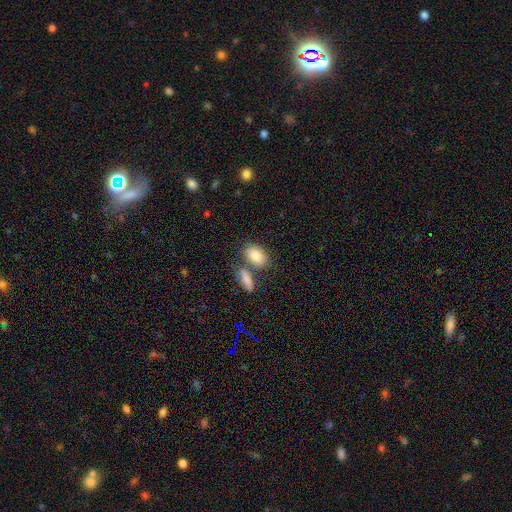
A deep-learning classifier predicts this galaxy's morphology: Overall: smooth (84%). How rounded: in between (87%). Merging: none (58%; merger 27%).